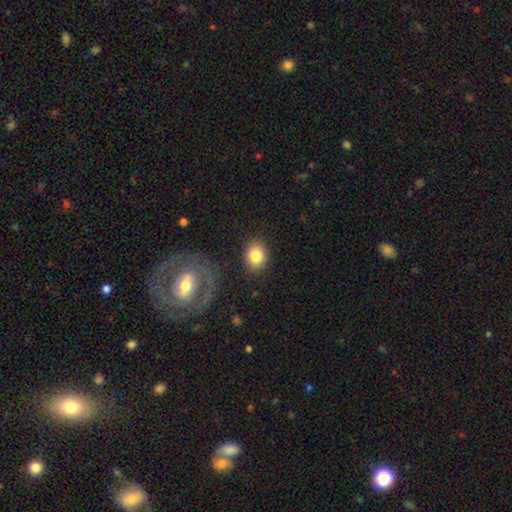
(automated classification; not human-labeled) Overall: smooth (83%). How rounded: in between (51%; round 48%). Merging: none (86%).